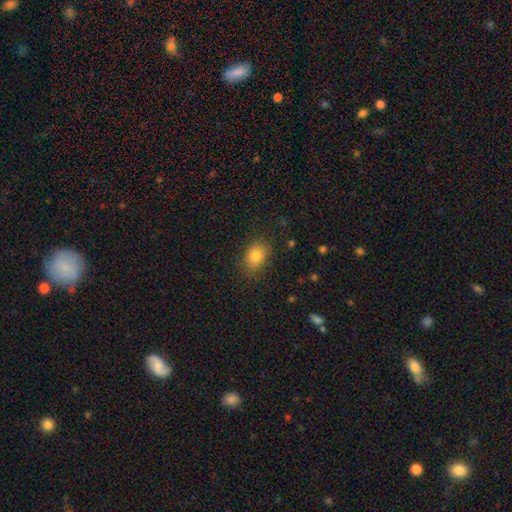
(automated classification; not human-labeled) smooth_or_featured: smooth (p=0.83) [alt: star or artifact p=0.09]
how_rounded: in between (p=0.75) [alt: round p=0.24]
merging: none (p=0.84) [alt: minor disturbance p=0.12]